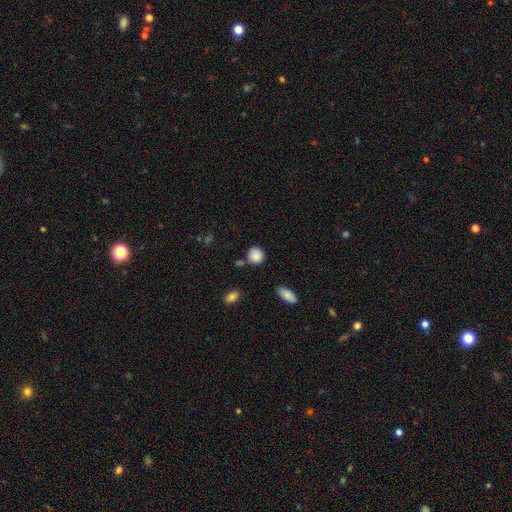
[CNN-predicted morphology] Q: Smooth or featured?
A: smooth (87%); runner-up: star or artifact (9%)
Q: How rounded?
A: round (84%); runner-up: in between (14%)
Q: Merging?
A: none (77%); runner-up: minor disturbance (14%)